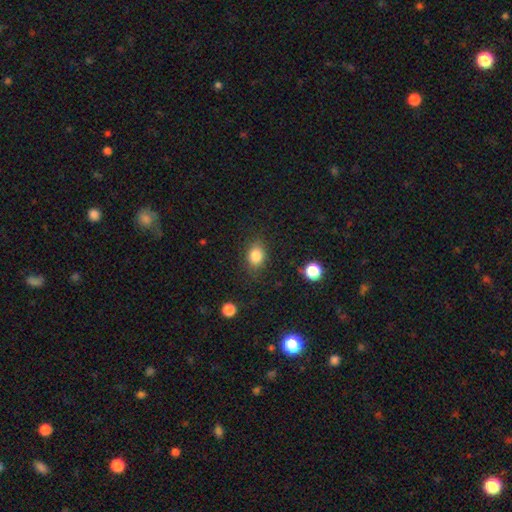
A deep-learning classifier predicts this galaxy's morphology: Overall: smooth (83%). How rounded: in between (59%; round 40%). Merging: none (81%).